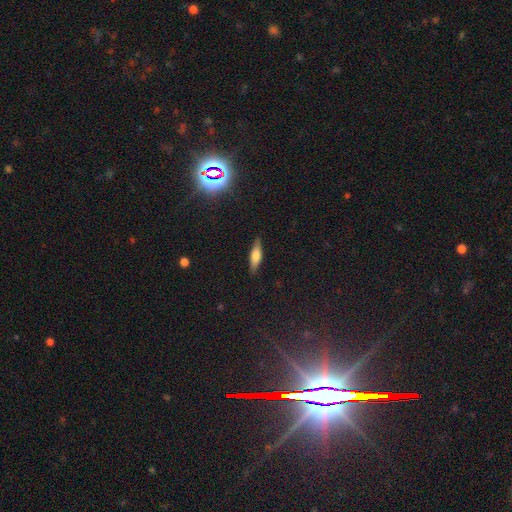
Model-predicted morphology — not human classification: Overall: smooth (59%; featured or disk 33%). How rounded: cigar-shaped (61%; in between 37%). Merging: none (86%).